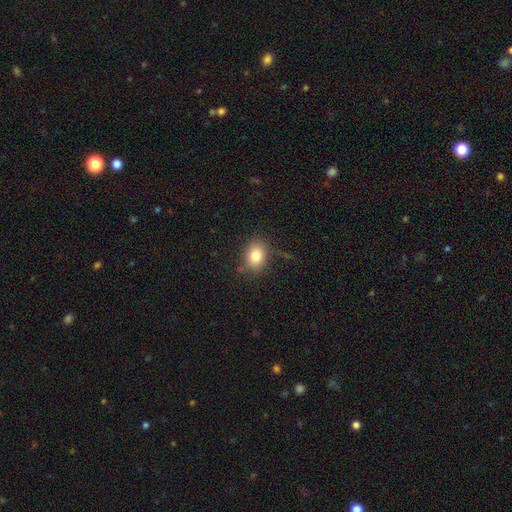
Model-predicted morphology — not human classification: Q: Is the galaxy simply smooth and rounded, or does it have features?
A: smooth — 81%.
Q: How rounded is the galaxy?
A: in between — 59%.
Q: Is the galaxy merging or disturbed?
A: none — 79%.